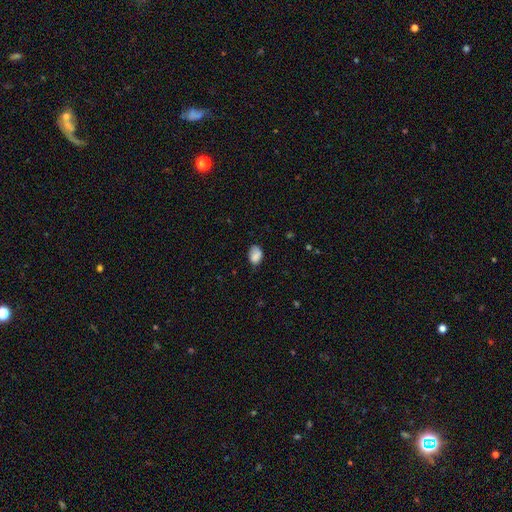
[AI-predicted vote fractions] This appears to be a smooth galaxy with no disk features (83%) that is in between round and cigar-shaped (82%). Merging: none (58%).